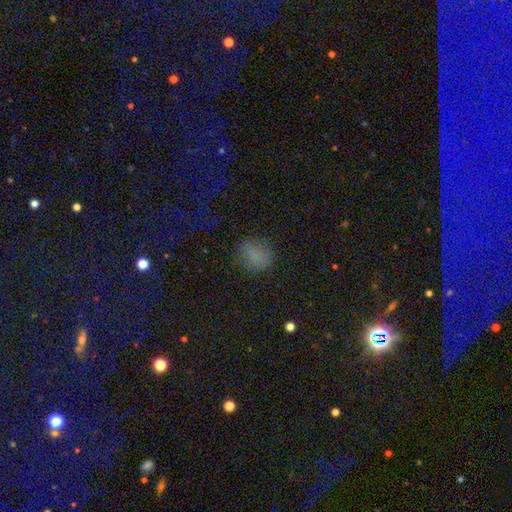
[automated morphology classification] type=smooth (73%); roundness=round (58%); merging=none (76%).